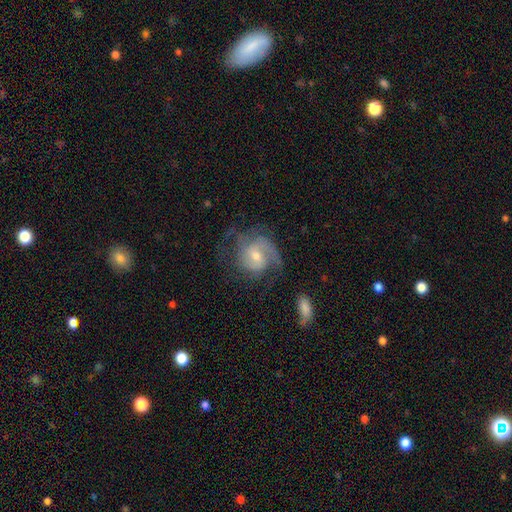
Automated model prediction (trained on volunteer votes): Morphology: type=featured or disk (79%); edge-on=no (97%); bar=weak (50%); spiral arms=yes (93%); winding=medium (46%); arm count=2 (50%); bulge=moderate (51%); merging=none (54%).